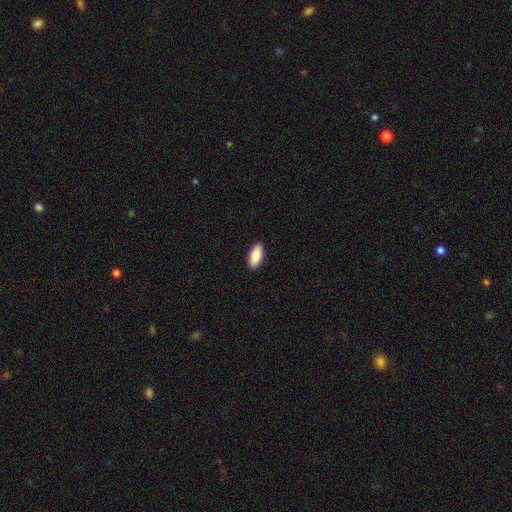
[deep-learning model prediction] Morphology: type=smooth (89%); roundness=in between (89%); merging=none (91%).